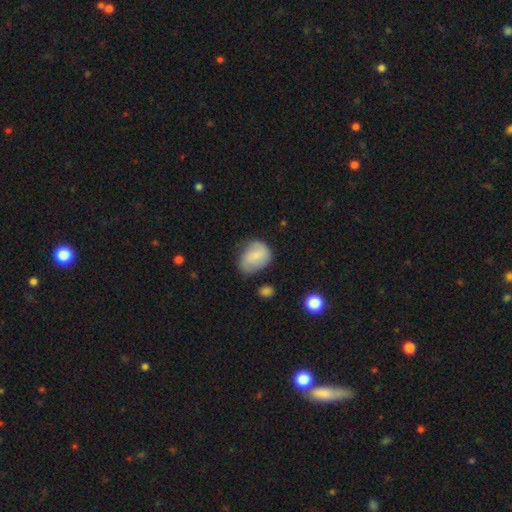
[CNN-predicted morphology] type=smooth (74%); roundness=in between (63%); merging=none (46%).